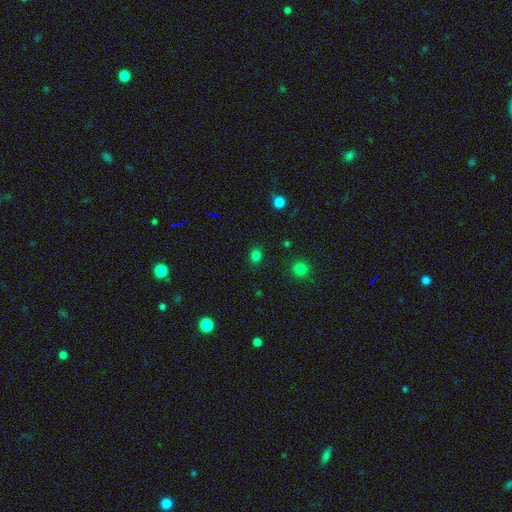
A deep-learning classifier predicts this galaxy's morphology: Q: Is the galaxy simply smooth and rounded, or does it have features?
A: smooth — 79%.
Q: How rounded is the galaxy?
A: round — 54%.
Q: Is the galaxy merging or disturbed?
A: none — 86%.